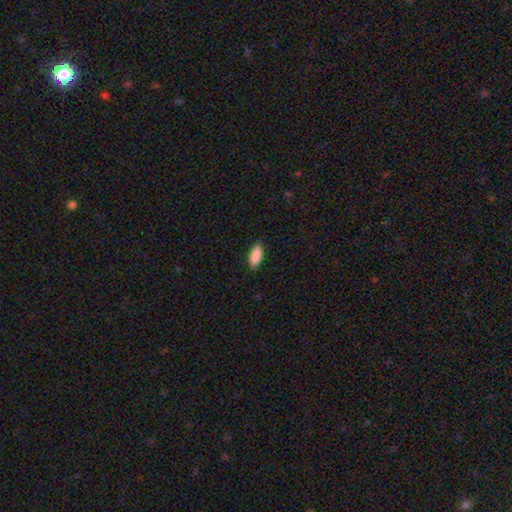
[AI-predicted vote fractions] A smooth galaxy with no disk features (90%) that is in between round and cigar-shaped (85%). Merging: none (88%).